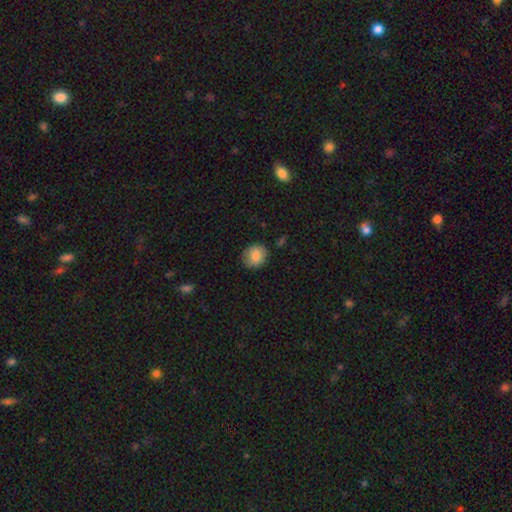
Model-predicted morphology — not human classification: This appears to be a smooth galaxy with no disk features (84%) that is round (78%). Merging: none (80%).